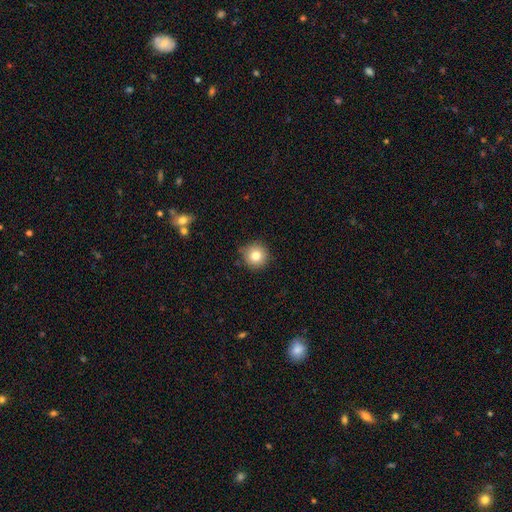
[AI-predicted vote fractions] smooth 80%, star or artifact 11%, featured or disk 9%. Down the decision tree: how rounded — round (95%); merging — none (86%).